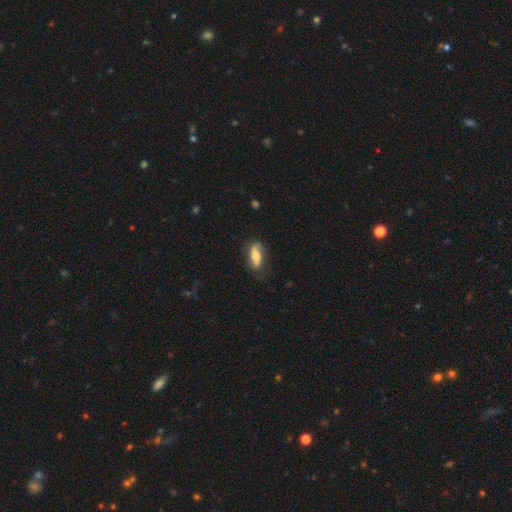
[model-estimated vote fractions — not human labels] The model was most divided on "smooth or featured": smooth: 57%, featured or disk: 37%, star or artifact: 6%. More confident: how rounded — in between (75%); merging — none (73%).